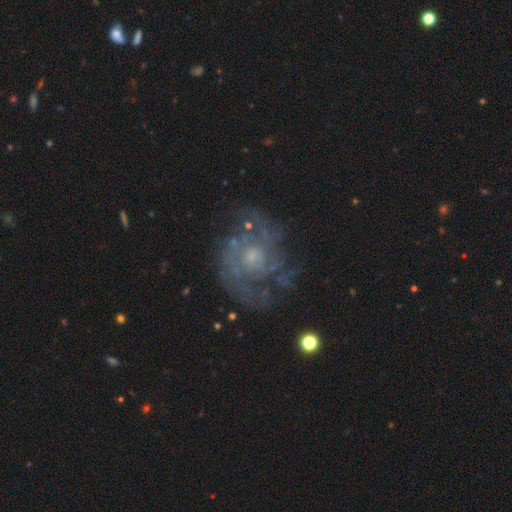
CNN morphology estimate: The model was most divided on "spiral winding": tight: 45%, medium: 40%, loose: 15%. Remaining: edge-on disk — no (97%); spiral arms — yes (87%); smooth or featured — featured or disk (77%); bar — no (75%); merging — none (69%); bulge size — small (49%); spiral arm count — can't tell (37%).